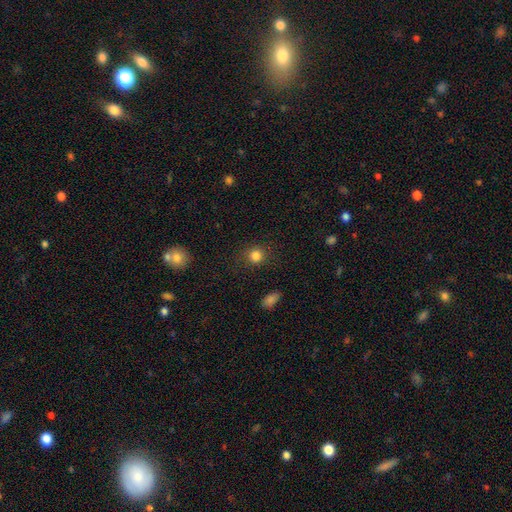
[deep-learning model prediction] Smooth or featured: smooth — 83% (star or artifact — 12%)
How rounded: round — 84% (in between — 15%)
Merging: none — 84% (minor disturbance — 10%)